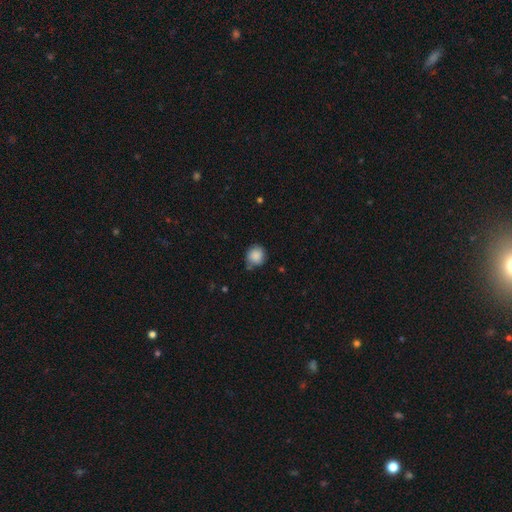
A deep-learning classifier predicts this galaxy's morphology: Q: Smooth or featured?
A: smooth (87%); runner-up: star or artifact (8%)
Q: How rounded?
A: round (87%); runner-up: in between (12%)
Q: Merging?
A: none (70%); runner-up: minor disturbance (23%)